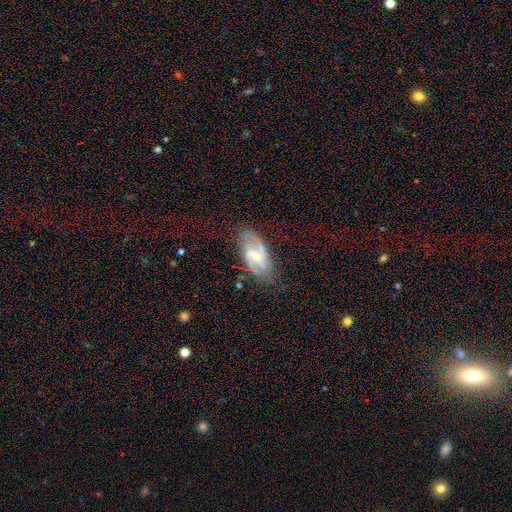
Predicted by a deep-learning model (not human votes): Smooth or featured: featured or disk — 75% (smooth — 18%)
Edge-on disk: no — 93% (yes — 7%)
Bar: weak — 51% (no — 28%)
Spiral arms: yes — 87% (no — 13%)
Spiral winding: medium — 47% (loose — 27%)
Spiral arm count: 2 — 75% (can't tell — 15%)
Bulge size: small — 51% (moderate — 42%)
Merging: none — 69% (minor disturbance — 20%)